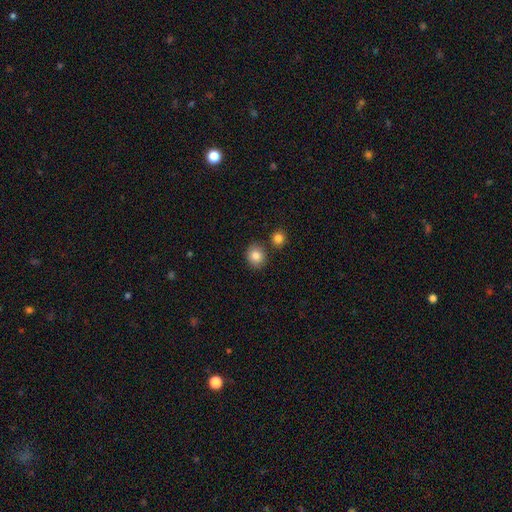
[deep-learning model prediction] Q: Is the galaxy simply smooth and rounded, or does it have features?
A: smooth — 85%.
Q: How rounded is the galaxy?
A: round — 75%.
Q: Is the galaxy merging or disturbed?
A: none — 81%.